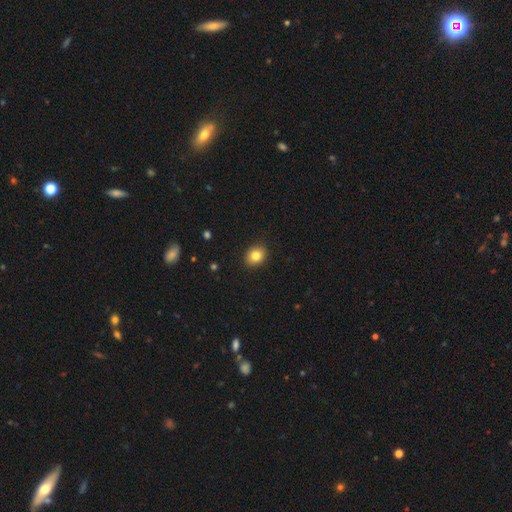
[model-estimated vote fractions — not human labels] smooth 83%, star or artifact 10%, featured or disk 7%. Down the decision tree: how rounded — round (56%); merging — none (90%).